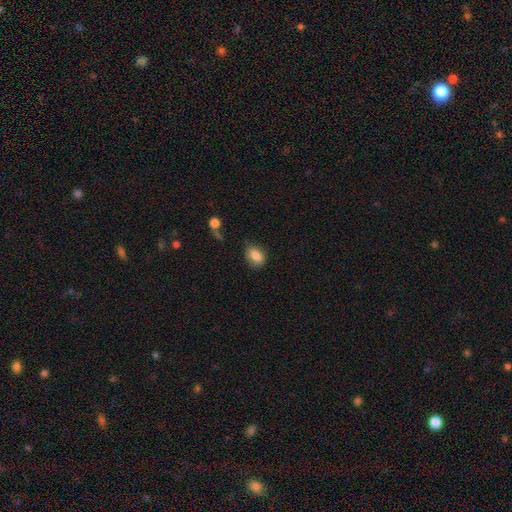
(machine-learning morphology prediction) Smooth or featured?
  - smooth: 84% *
  - star or artifact: 8%
  - featured or disk: 8%
How rounded?
  - in between: 75% *
  - round: 23%
  - cigar-shaped: 2%
Merging?
  - none: 75% *
  - minor disturbance: 18%
  - major disturbance: 4%
  - merger: 2%